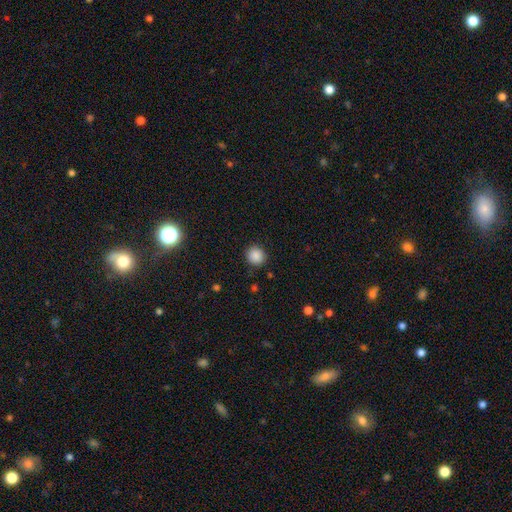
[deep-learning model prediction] This is clearly a smooth galaxy (87%). How rounded: clearly round (88%). Merging: clearly none (89%).